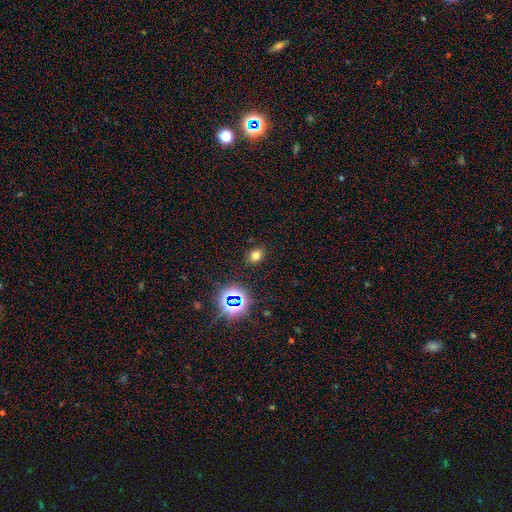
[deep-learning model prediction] Overall: smooth (70%). How rounded: round (50%; in between 49%). Merging: none (87%).